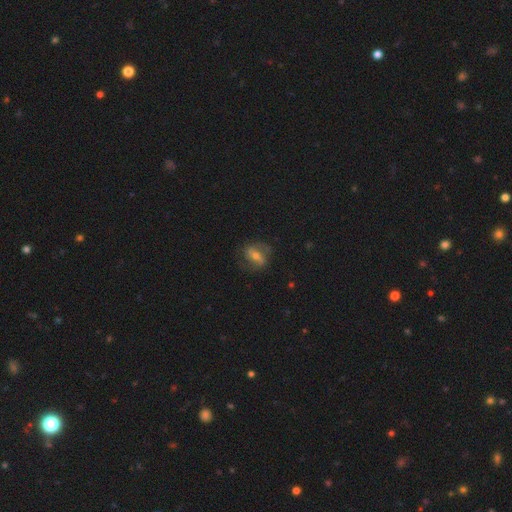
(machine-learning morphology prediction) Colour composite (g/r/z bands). It shows a featured or disk galaxy (58%) with a strong bar (40%), spiral arms (76%) and a moderate central bulge (56%). Merging: none (72%).